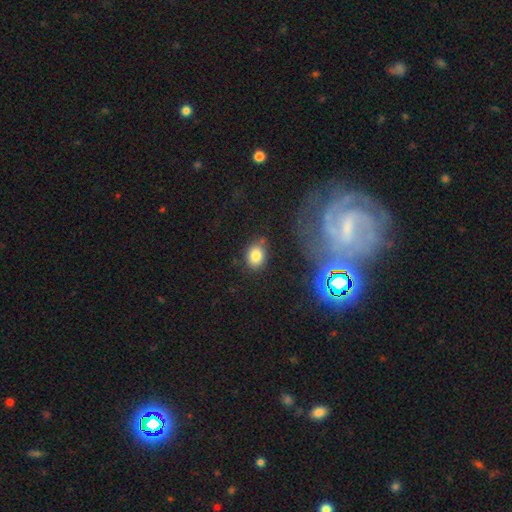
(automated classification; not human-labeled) The model was most divided on "how rounded": in between: 59%, round: 39%, cigar-shaped: 1%. More confident: smooth or featured — smooth (82%); merging — none (77%).